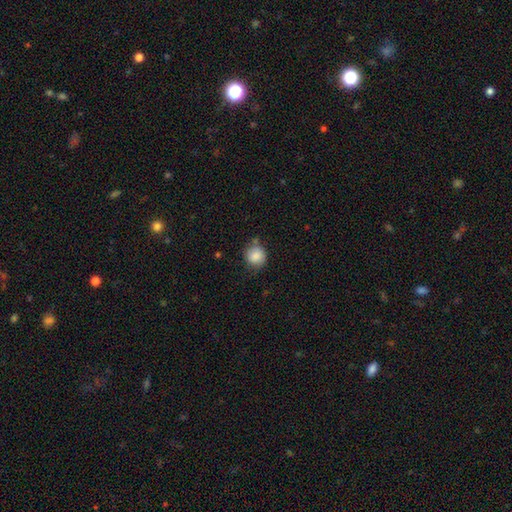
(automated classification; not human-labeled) Smooth or featured: smooth — 86% (star or artifact — 8%)
How rounded: round — 87% (in between — 13%)
Merging: none — 70% (minor disturbance — 20%)